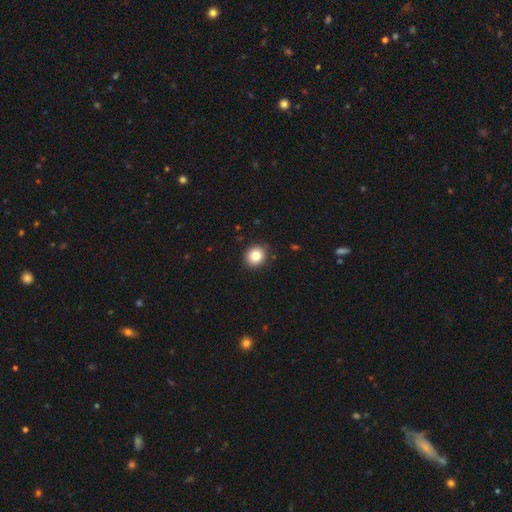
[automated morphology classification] Smooth or featured?
  - smooth: 82% *
  - star or artifact: 10%
  - featured or disk: 8%
How rounded?
  - round: 74% *
  - in between: 26%
  - cigar-shaped: 1%
Merging?
  - none: 90% *
  - minor disturbance: 7%
  - major disturbance: 2%
  - merger: 1%